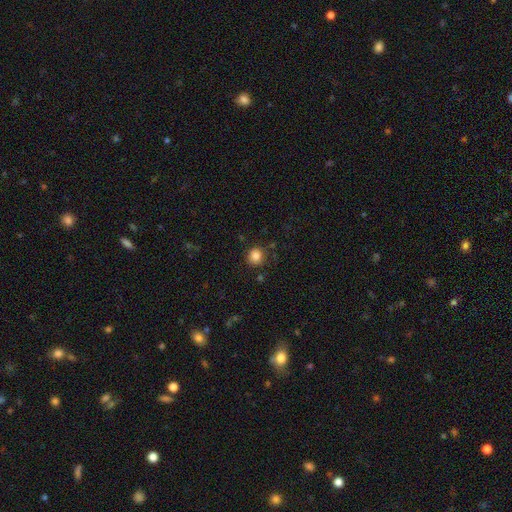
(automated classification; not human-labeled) Smooth or featured? Predicted: smooth (p=0.84). How rounded? Predicted: round (p=0.90). Merging? Predicted: none (p=0.86).